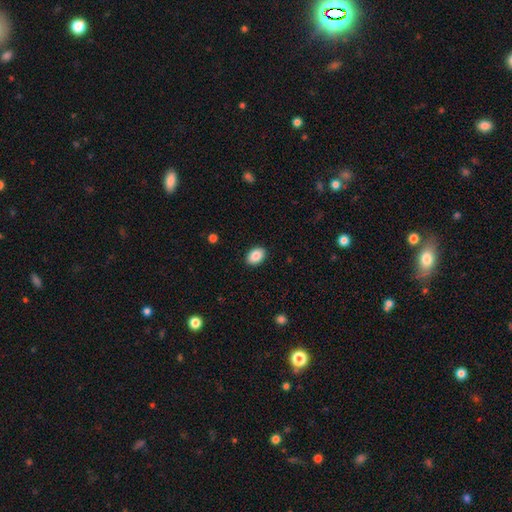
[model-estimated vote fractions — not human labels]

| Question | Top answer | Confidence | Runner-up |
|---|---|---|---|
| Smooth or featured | smooth | 87% | star or artifact (7%) |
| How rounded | in between | 84% | round (15%) |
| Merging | none | 90% | minor disturbance (7%) |